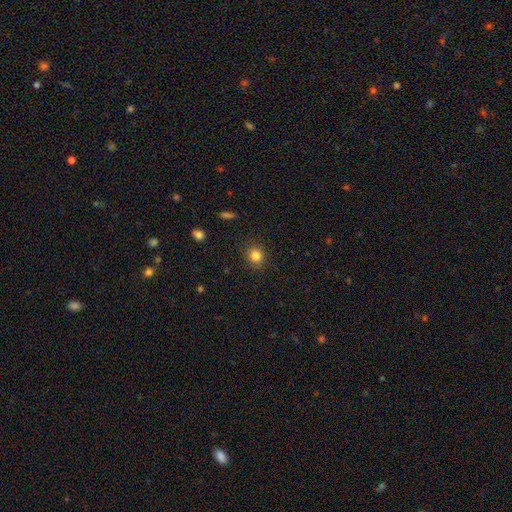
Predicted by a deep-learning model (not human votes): Smooth or featured: smooth — 83% (star or artifact — 12%)
How rounded: round — 83% (in between — 17%)
Merging: none — 89% (minor disturbance — 7%)